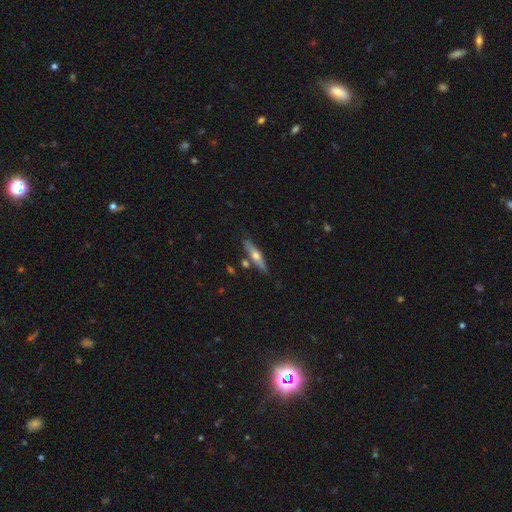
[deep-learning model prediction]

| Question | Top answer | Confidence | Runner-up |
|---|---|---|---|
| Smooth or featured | featured or disk | 48% | smooth (46%) |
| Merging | none | 79% | minor disturbance (12%) |